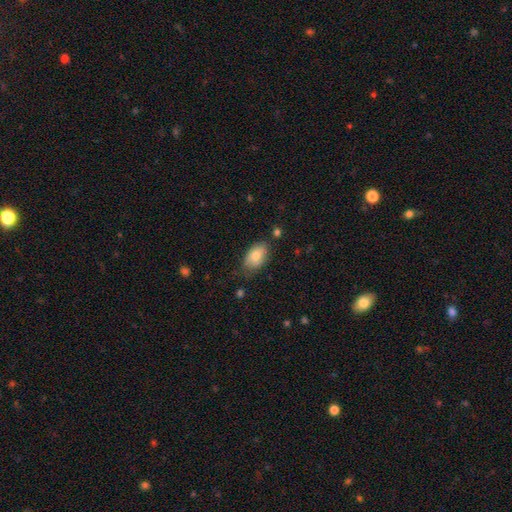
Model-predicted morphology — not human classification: Overall: smooth (79%). How rounded: in between (92%). Merging: none (70%).